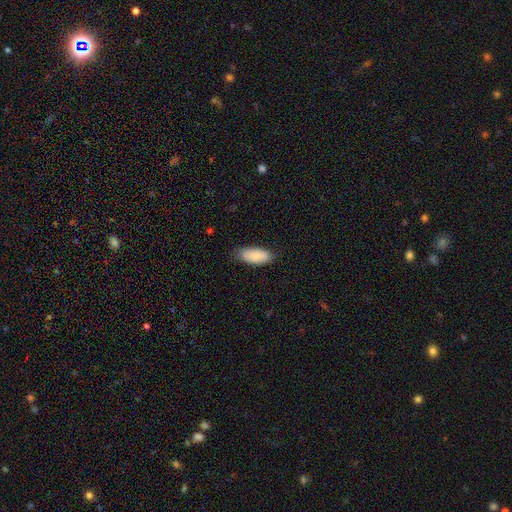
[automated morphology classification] This is clearly a smooth galaxy (85%). How rounded: clearly in between (86%). Merging: clearly none (80%).